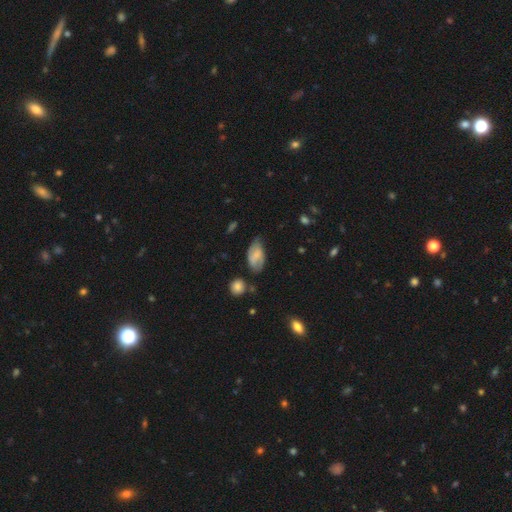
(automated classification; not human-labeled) smooth 61%, featured or disk 31%, star or artifact 8%. Down the decision tree: how rounded — in between (92%); merging — none (58%).